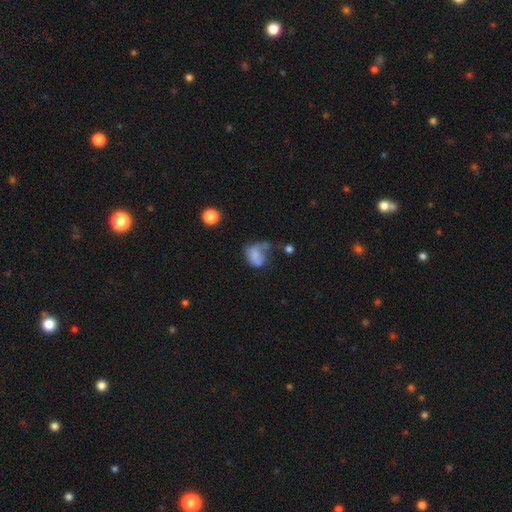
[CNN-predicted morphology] A smooth galaxy with no disk features (58%) that is in between round and cigar-shaped (70%).

Vote fractions:
- Smooth or featured? smooth: 58% / featured or disk: 30% / star or artifact: 12%
- How rounded? in between: 70% / round: 29% / cigar-shaped: 2%
- Merging? major disturbance: 48% / minor disturbance: 21% / none: 20% / merger: 12%